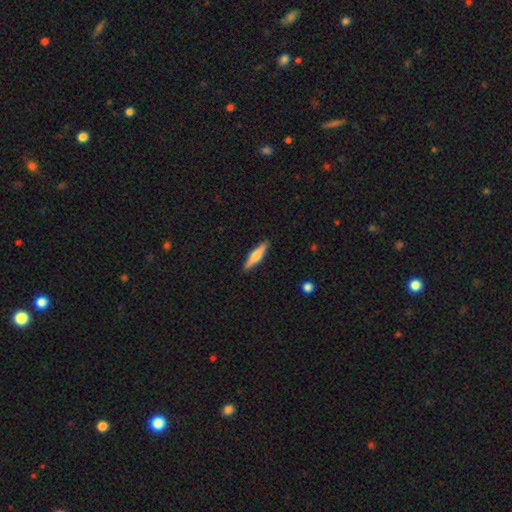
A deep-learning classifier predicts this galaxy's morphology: A smooth galaxy with no disk features (51%) that is cigar-shaped (82%). Merging: none (90%).